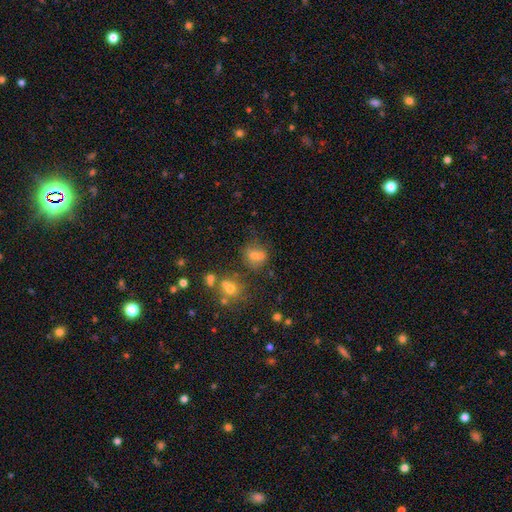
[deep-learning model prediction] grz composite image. It shows a smooth galaxy with no disk features (67%) that is in between round and cigar-shaped (50%). Merging: none (54%).